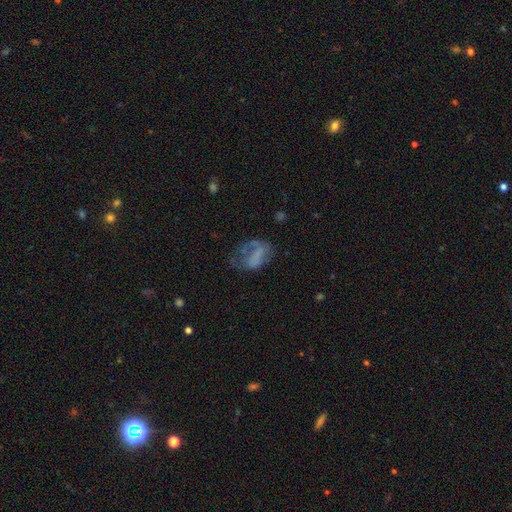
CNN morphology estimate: Smooth or featured? Predicted: featured or disk (p=0.45). Merging? Predicted: major disturbance (p=0.43).